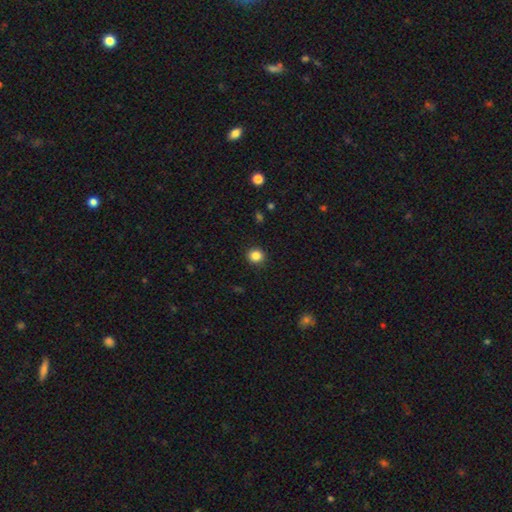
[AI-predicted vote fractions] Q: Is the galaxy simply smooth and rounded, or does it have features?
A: smooth — 85%.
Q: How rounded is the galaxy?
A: round — 87%.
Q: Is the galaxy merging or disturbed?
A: none — 91%.